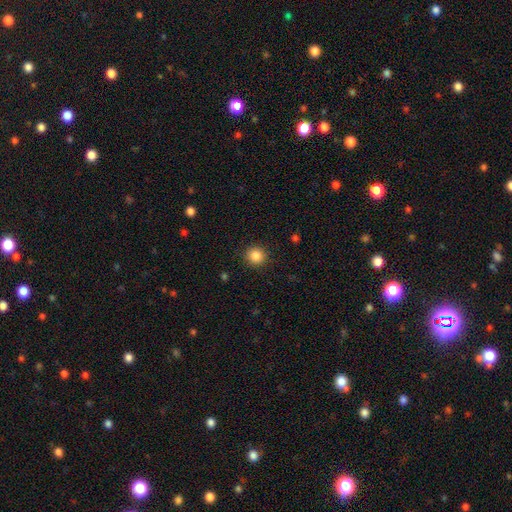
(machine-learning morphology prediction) Smooth or featured?
  - smooth: 86% *
  - star or artifact: 10%
  - featured or disk: 4%
How rounded?
  - round: 92% *
  - in between: 7%
  - cigar-shaped: 1%
Merging?
  - none: 91% *
  - minor disturbance: 6%
  - major disturbance: 2%
  - merger: 1%